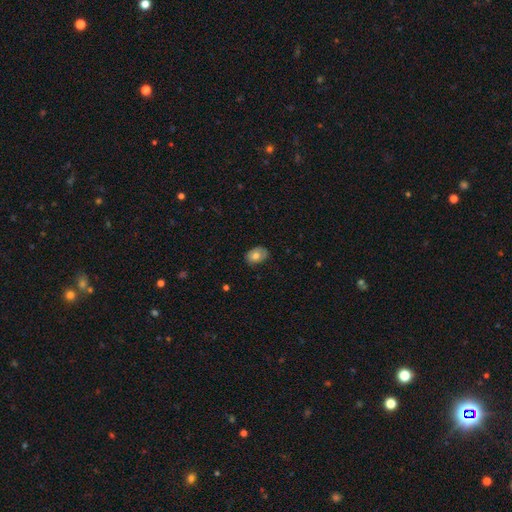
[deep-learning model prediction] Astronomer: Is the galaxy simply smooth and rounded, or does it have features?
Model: smooth — 72%.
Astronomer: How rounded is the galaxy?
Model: in between — 78%.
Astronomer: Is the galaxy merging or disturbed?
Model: none — 78%.